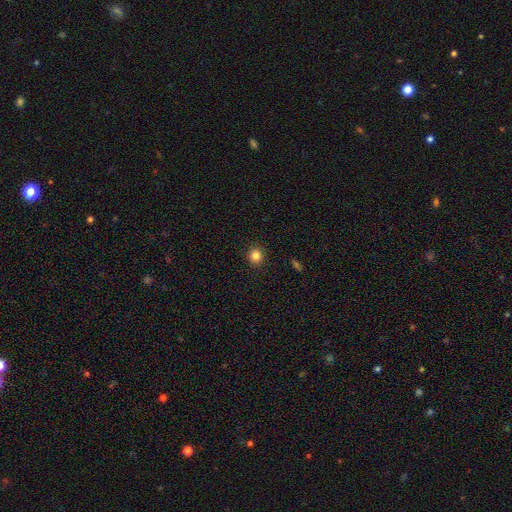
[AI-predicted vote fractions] Morphology: type=smooth (84%); roundness=round (88%); merging=none (92%).